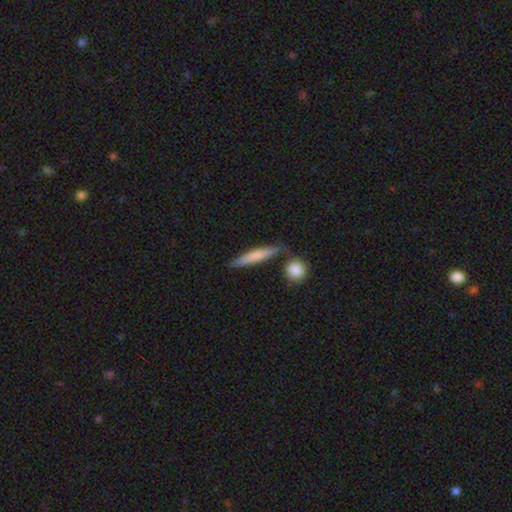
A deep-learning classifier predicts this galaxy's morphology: smooth_or_featured: smooth (p=0.66) [alt: featured or disk p=0.28]
how_rounded: cigar-shaped (p=0.89) [alt: in between p=0.08]
merging: none (p=0.77) [alt: minor disturbance p=0.11]